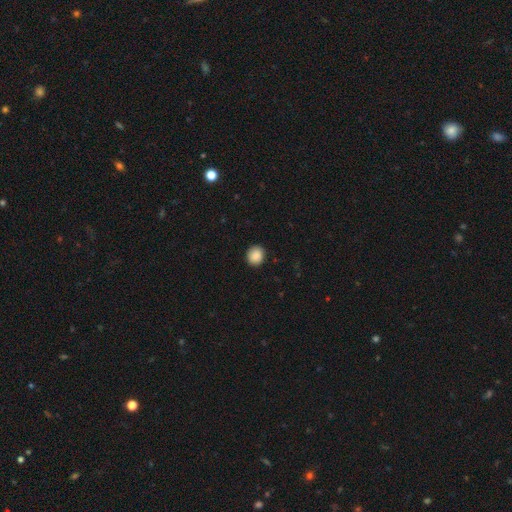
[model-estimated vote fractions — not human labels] smooth-or-featured: smooth: 89% | star or artifact: 8% | featured or disk: 3%
  how-rounded: round: 79% | in between: 20% | cigar-shaped: 1%
  merging: none: 89% | minor disturbance: 8% | major disturbance: 2% | merger: 1%